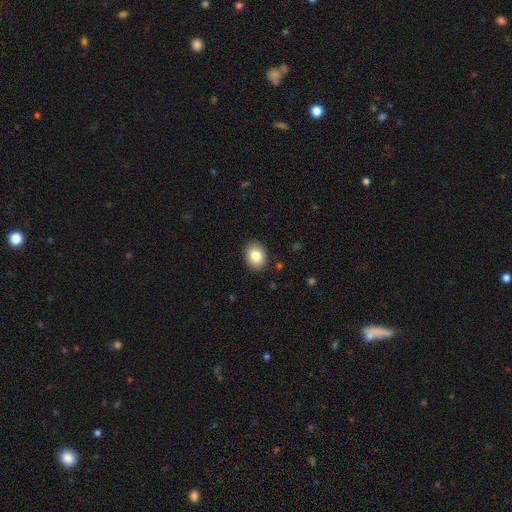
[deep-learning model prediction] smooth-or-featured: smooth: 83% | featured or disk: 8% | star or artifact: 8%
  how-rounded: in between: 55% | round: 44% | cigar-shaped: 1%
  merging: none: 89% | minor disturbance: 8% | major disturbance: 2% | merger: 1%